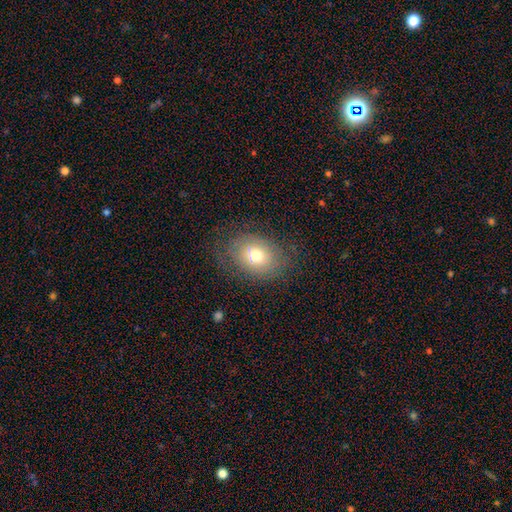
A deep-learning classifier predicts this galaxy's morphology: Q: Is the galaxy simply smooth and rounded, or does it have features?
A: smooth — 70%.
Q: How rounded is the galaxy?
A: in between — 71%.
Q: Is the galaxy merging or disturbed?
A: none — 76%.